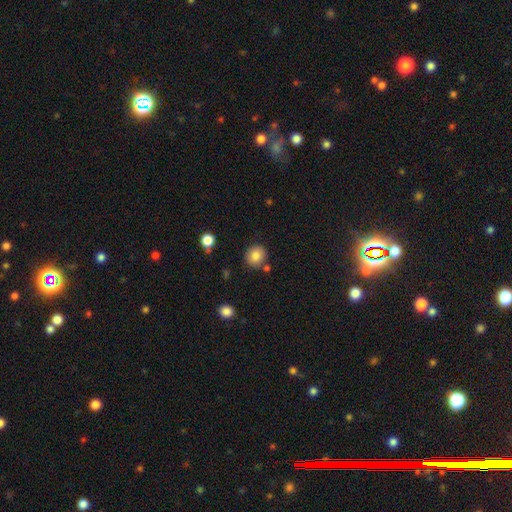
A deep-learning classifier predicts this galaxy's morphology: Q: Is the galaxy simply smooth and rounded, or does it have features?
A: smooth — 84%.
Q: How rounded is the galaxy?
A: round — 86%.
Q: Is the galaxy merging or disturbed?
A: none — 80%.